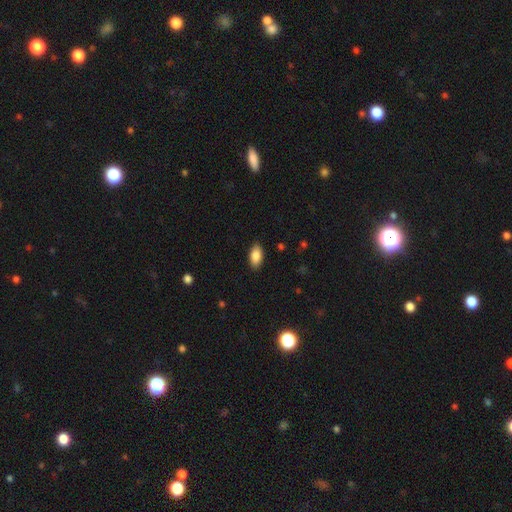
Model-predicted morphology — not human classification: A smooth galaxy with no disk features (87%) that is in between round and cigar-shaped (93%).

Vote fractions:
- Smooth or featured? smooth: 87% / star or artifact: 7% / featured or disk: 6%
- How rounded? in between: 93% / cigar-shaped: 4% / round: 3%
- Merging? none: 89% / minor disturbance: 8% / major disturbance: 2% / merger: 1%